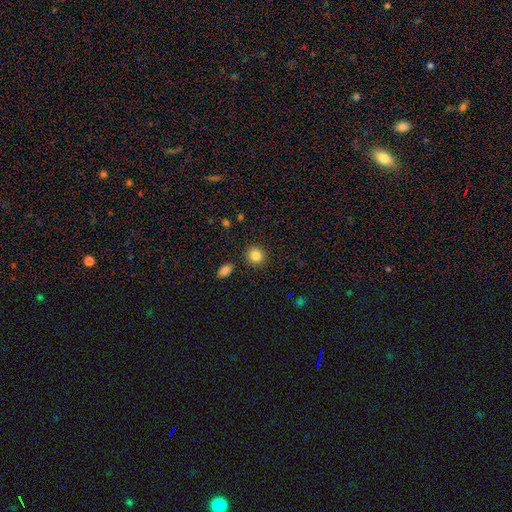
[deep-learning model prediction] A smooth galaxy with no disk features (85%) that is round (88%).

Vote fractions:
- Smooth or featured? smooth: 85% / star or artifact: 10% / featured or disk: 5%
- How rounded? round: 88% / in between: 11% / cigar-shaped: 1%
- Merging? none: 89% / minor disturbance: 6% / merger: 2% / major disturbance: 2%